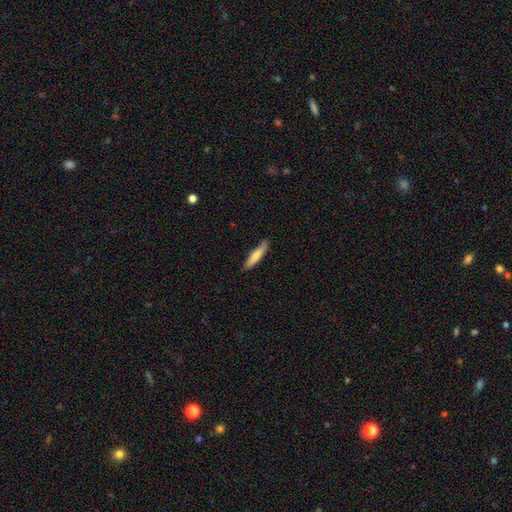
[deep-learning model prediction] smooth 72%, featured or disk 22%, star or artifact 5%. Down the decision tree: how rounded — cigar-shaped (86%); merging — none (81%).